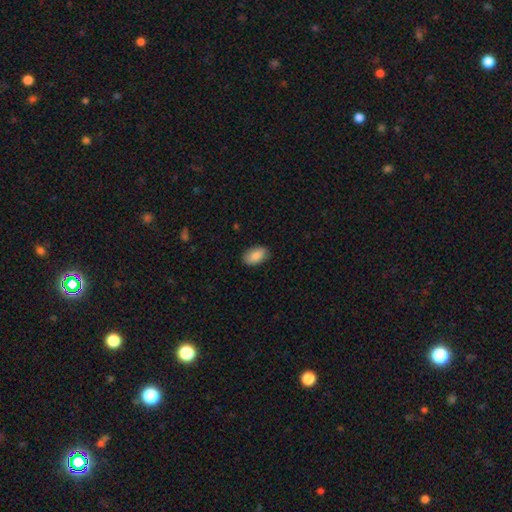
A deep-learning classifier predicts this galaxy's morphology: smooth_or_featured: smooth (p=0.87) [alt: star or artifact p=0.07]
how_rounded: in between (p=0.92) [alt: round p=0.07]
merging: none (p=0.86) [alt: minor disturbance p=0.11]